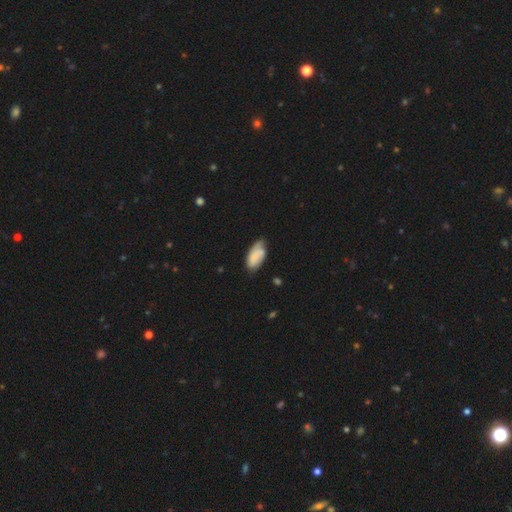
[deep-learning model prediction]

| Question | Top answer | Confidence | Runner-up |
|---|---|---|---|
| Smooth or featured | smooth | 69% | featured or disk (23%) |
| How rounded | in between | 93% | cigar-shaped (5%) |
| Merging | none | 51% | minor disturbance (36%) |